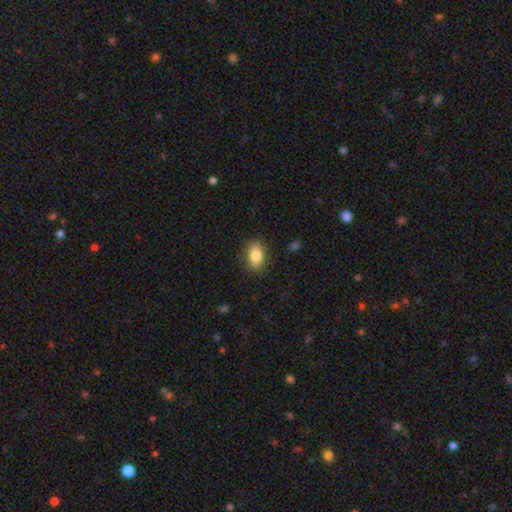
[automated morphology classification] smooth 80%, featured or disk 12%, star or artifact 7%. Down the decision tree: how rounded — in between (87%); merging — none (84%).